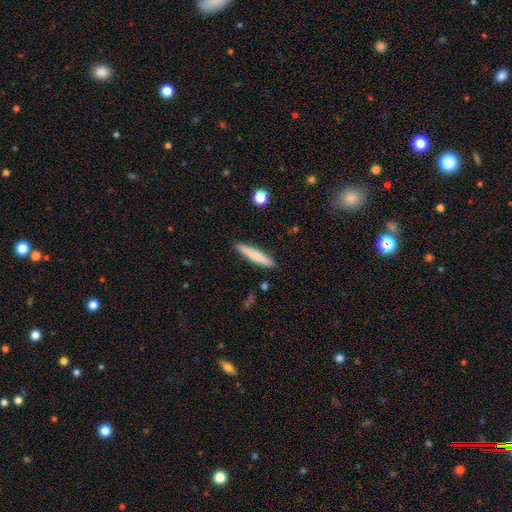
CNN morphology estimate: This is likely a smooth galaxy (75%). How rounded: clearly cigar-shaped (93%). Merging: clearly none (90%).